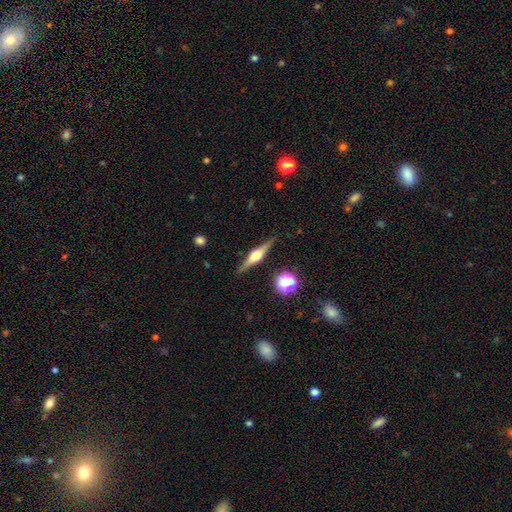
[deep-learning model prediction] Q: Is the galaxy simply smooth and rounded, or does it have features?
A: featured or disk — 75%.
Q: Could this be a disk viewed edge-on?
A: yes — 98%.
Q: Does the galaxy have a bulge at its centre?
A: rounded — 90%.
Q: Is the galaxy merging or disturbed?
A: none — 89%.